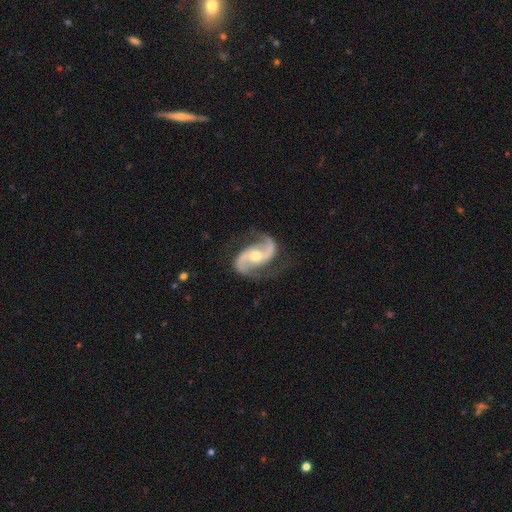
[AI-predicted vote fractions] Smooth or featured?
  - featured or disk: 92% *
  - star or artifact: 4%
  - smooth: 3%
Edge-on disk?
  - no: 98% *
  - yes: 2%
Bar?
  - no: 50% *
  - weak: 34%
  - strong: 16%
Spiral arms?
  - yes: 98% *
  - no: 2%
Spiral winding?
  - medium: 48% *
  - loose: 41%
  - tight: 11%
Spiral arm count?
  - 2: 94% *
  - can't tell: 1%
  - 1: 1%
  - 3: 1%
  - 4: 1%
  - more than 4: 1%
Bulge size?
  - moderate: 60% *
  - small: 35%
  - large: 3%
  - none: 1%
  - dominant: 1%
Merging?
  - none: 78% *
  - minor disturbance: 15%
  - major disturbance: 6%
  - merger: 1%